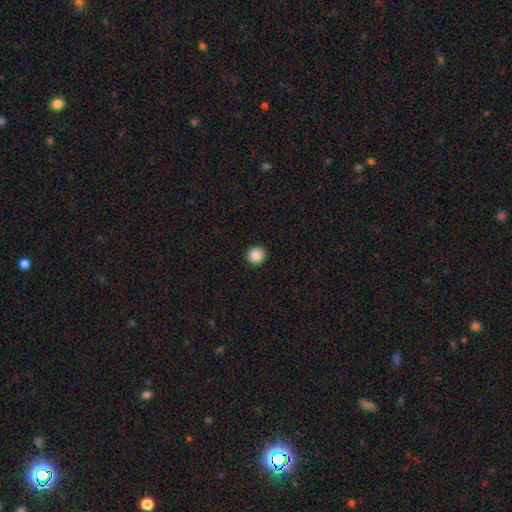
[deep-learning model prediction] This appears to be a smooth galaxy with no disk features (87%) that is round (93%). Merging: none (92%).